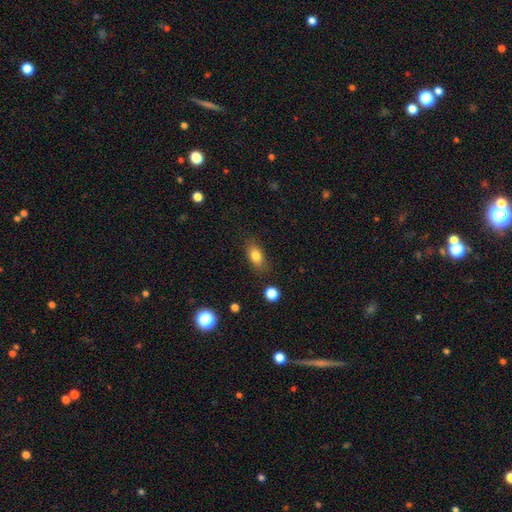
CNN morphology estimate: smooth-or-featured: smooth: 80% | featured or disk: 10% | star or artifact: 9%
  how-rounded: in between: 82% | round: 11% | cigar-shaped: 7%
  merging: none: 82% | minor disturbance: 13% | major disturbance: 3% | merger: 2%